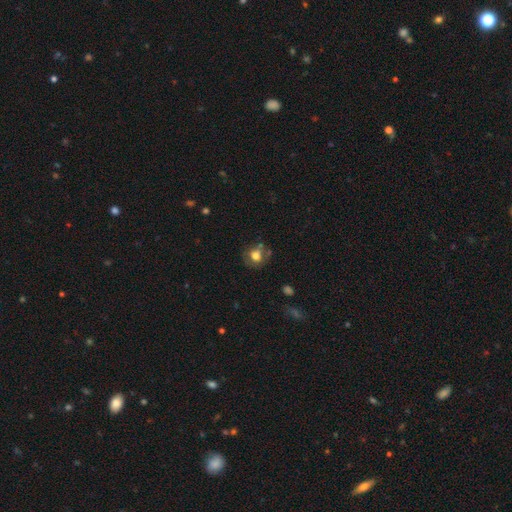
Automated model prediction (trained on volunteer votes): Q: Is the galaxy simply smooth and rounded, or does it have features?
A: smooth — 73%.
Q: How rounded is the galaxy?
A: round — 71%.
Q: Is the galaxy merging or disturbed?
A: none — 60%.